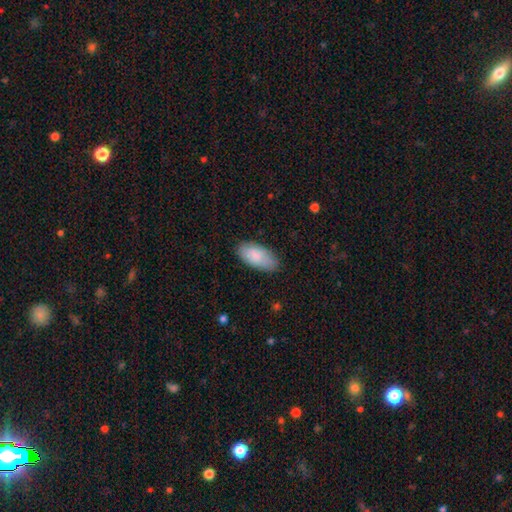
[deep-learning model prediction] smooth-or-featured: smooth: 87% | featured or disk: 8% | star or artifact: 6%
  how-rounded: in between: 93% | cigar-shaped: 5% | round: 2%
  merging: none: 82% | minor disturbance: 14% | major disturbance: 3% | merger: 1%